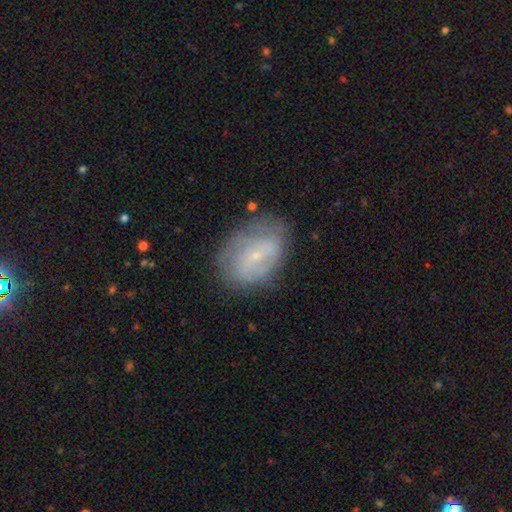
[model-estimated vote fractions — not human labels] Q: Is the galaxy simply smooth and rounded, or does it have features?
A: featured or disk — 57%.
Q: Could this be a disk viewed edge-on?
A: no — 95%.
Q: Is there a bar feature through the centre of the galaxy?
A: no — 48%.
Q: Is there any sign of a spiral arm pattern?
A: yes — 62%.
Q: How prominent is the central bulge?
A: small — 78%.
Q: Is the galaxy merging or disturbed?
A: none — 66%.